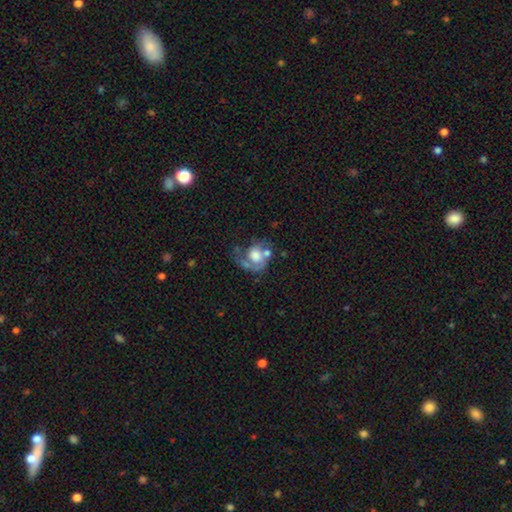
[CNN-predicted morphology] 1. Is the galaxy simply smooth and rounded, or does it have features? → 63% featured or disk, 29% smooth, 8% star or artifact.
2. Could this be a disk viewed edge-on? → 98% no, 2% yes.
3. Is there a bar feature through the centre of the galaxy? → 75% no, 20% weak, 4% strong.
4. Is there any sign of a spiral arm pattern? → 78% yes, 22% no.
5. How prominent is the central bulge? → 45% large, 30% moderate, 9% small, 8% none, 8% dominant.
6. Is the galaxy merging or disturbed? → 31% none (tied), 31% major disturbance (tied), 19% minor disturbance, 19% merger.